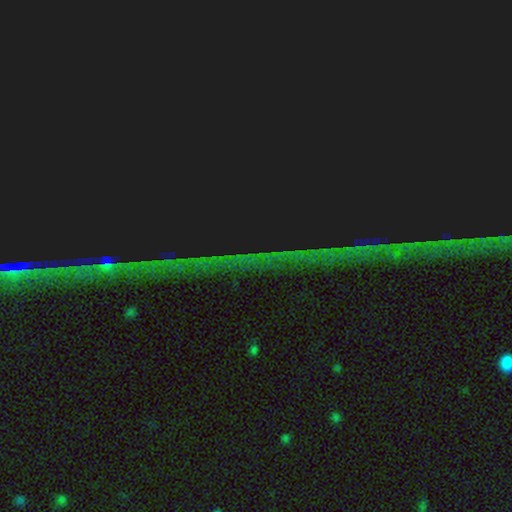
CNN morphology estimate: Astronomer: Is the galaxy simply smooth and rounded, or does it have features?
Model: star or artifact — 83%.